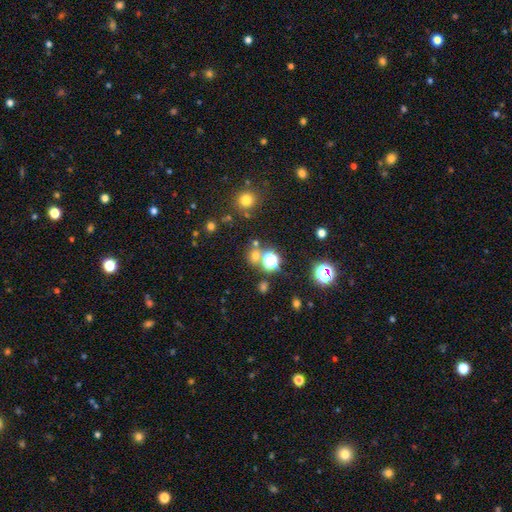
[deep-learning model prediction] Morphology: type=smooth (55%); roundness=round (83%); merging=none (70%).